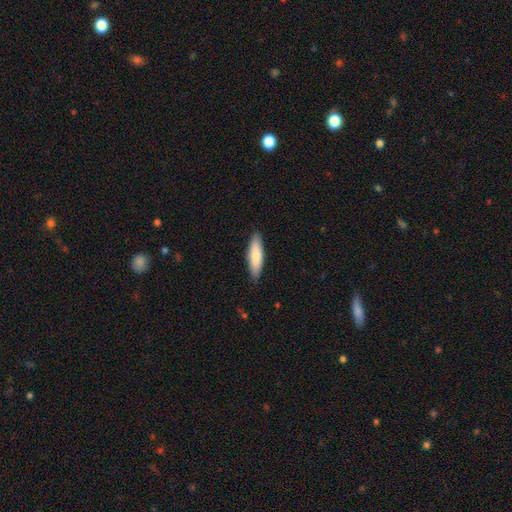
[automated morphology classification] smooth_or_featured: smooth (p=0.80) [alt: featured or disk p=0.15]
how_rounded: cigar-shaped (p=0.61) [alt: in between p=0.37]
merging: none (p=0.87) [alt: minor disturbance p=0.10]